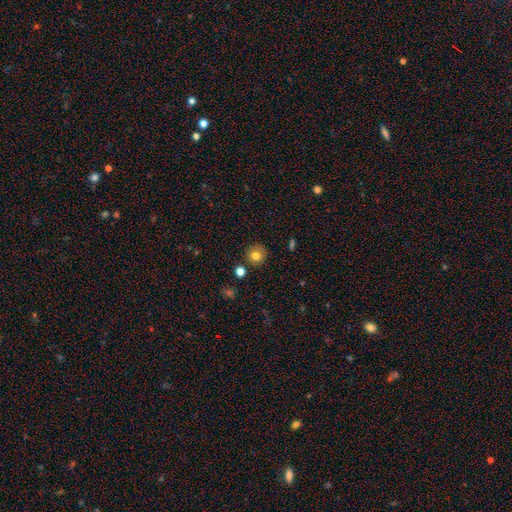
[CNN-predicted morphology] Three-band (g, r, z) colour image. It shows a smooth galaxy with no disk features (78%) that is round (92%). Merging: none (86%).